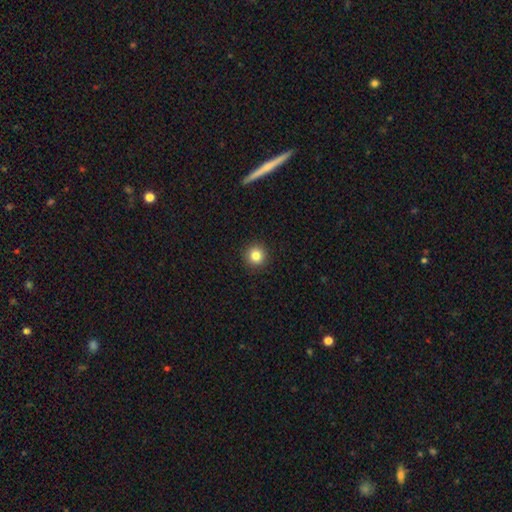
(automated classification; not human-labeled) Q: Smooth or featured?
A: smooth (83%); runner-up: star or artifact (11%)
Q: How rounded?
A: round (95%); runner-up: in between (4%)
Q: Merging?
A: none (93%); runner-up: minor disturbance (5%)